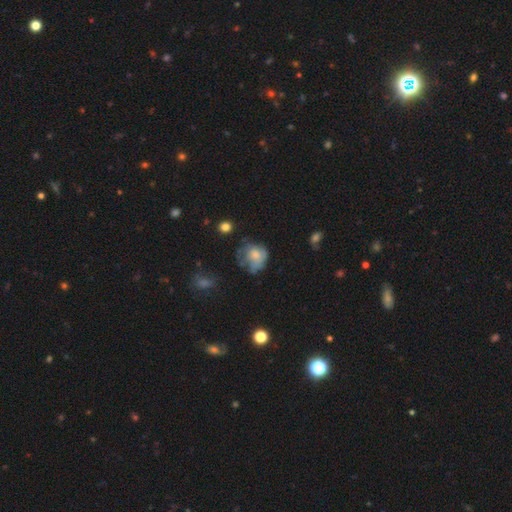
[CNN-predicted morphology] Smooth or featured? smooth (55%)
How rounded? round (69%)
Merging? none (41%)